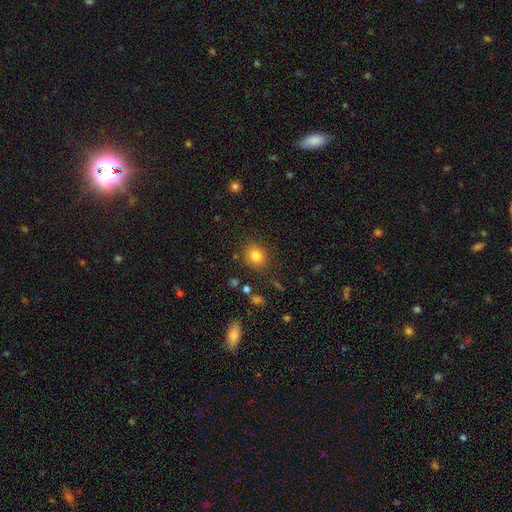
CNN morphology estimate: type=smooth (82%); roundness=round (78%); merging=none (85%).